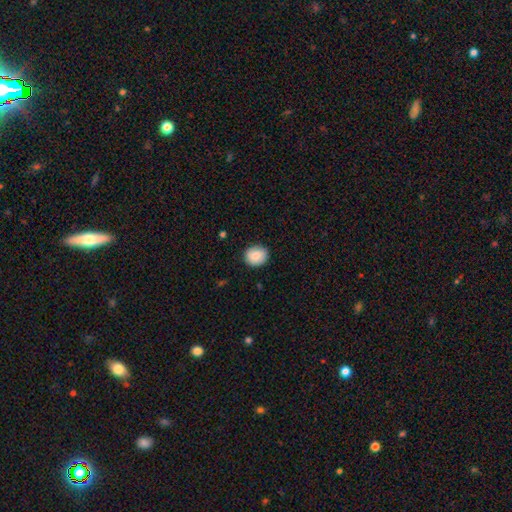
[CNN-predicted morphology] smooth_or_featured: smooth (p=0.84) [alt: featured or disk p=0.08]
how_rounded: round (p=0.73) [alt: in between p=0.26]
merging: none (p=0.85) [alt: minor disturbance p=0.11]